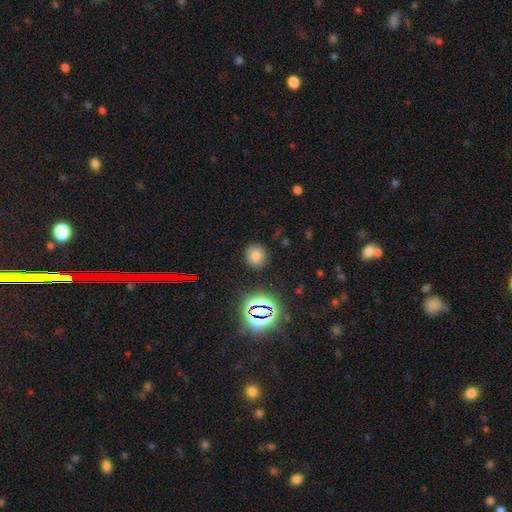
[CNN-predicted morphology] A smooth galaxy with no disk features (73%) that is round (89%). Merging: none (89%).